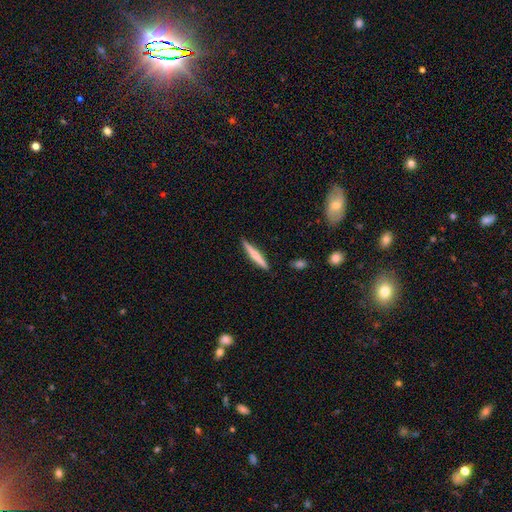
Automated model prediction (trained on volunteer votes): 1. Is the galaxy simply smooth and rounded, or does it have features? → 58% smooth, 36% featured or disk, 6% star or artifact.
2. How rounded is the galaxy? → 94% cigar-shaped, 4% in between, 1% round.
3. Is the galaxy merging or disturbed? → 89% none, 8% minor disturbance, 2% major disturbance, 2% merger.